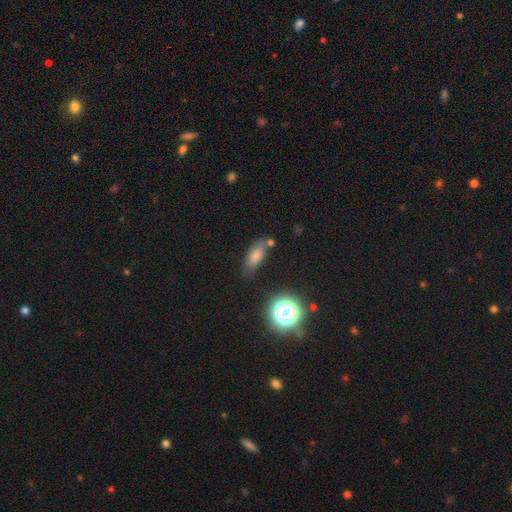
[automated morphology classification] Smooth or featured?
  - smooth: 73% *
  - star or artifact: 14%
  - featured or disk: 13%
How rounded?
  - in between: 77% *
  - cigar-shaped: 17%
  - round: 6%
Merging?
  - none: 60% *
  - minor disturbance: 21%
  - merger: 11%
  - major disturbance: 7%